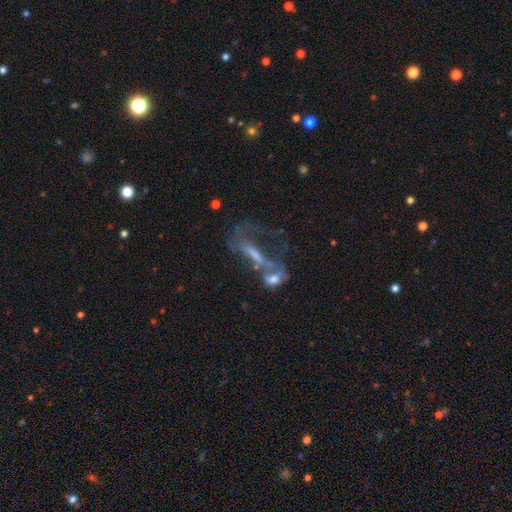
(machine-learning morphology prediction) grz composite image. It shows a featured or disk galaxy (57%). Merging: merger (46%).